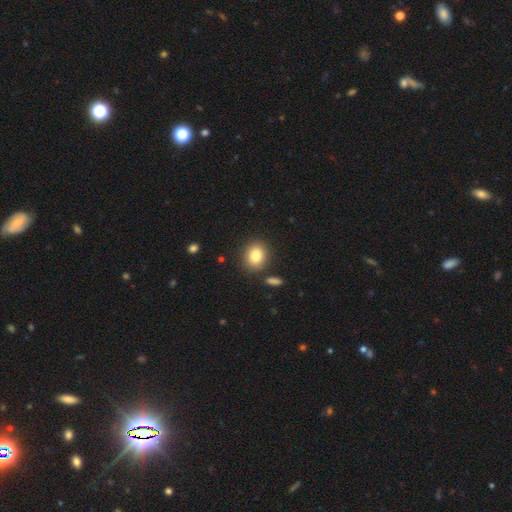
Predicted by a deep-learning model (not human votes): Smooth or featured? Predicted: smooth (p=0.84). How rounded? Predicted: round (p=0.61). Merging? Predicted: none (p=0.85).